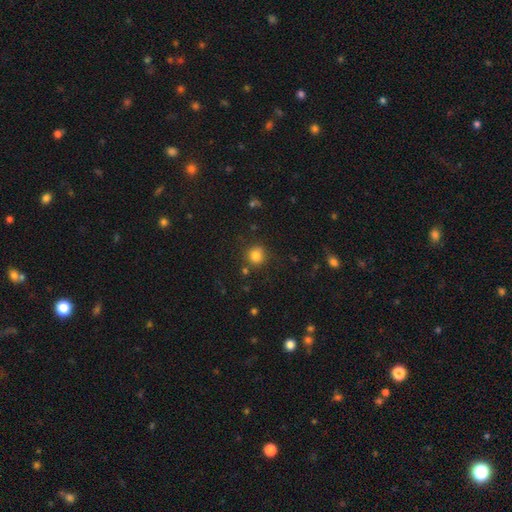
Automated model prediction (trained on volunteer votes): Q: Smooth or featured?
A: smooth (82%); runner-up: star or artifact (12%)
Q: How rounded?
A: round (88%); runner-up: in between (11%)
Q: Merging?
A: none (81%); runner-up: minor disturbance (11%)